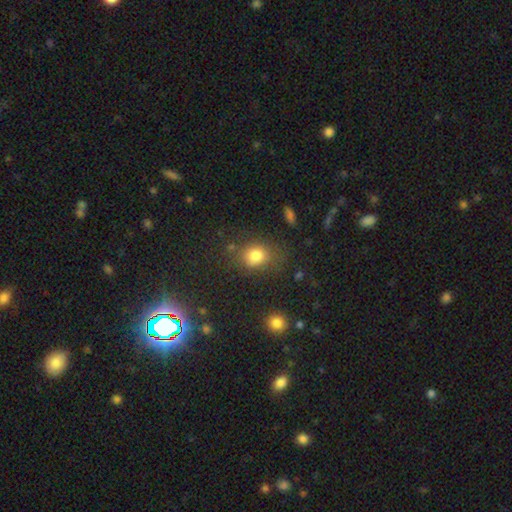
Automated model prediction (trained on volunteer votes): smooth 80%, star or artifact 13%, featured or disk 7%. Down the decision tree: how rounded — round (54%); merging — none (70%).